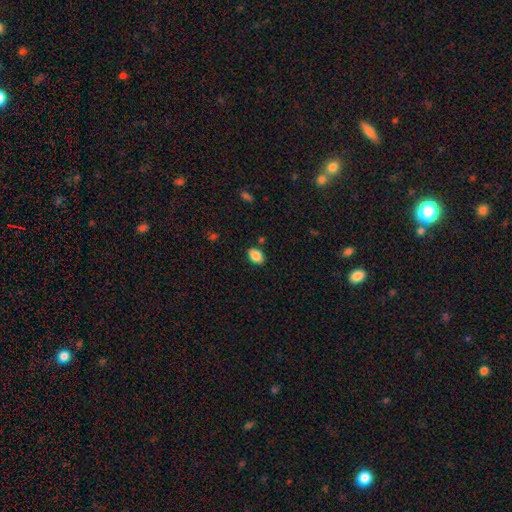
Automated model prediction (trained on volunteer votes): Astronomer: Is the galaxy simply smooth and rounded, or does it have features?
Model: smooth — 87%.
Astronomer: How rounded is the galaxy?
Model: in between — 87%.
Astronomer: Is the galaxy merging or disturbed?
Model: none — 85%.